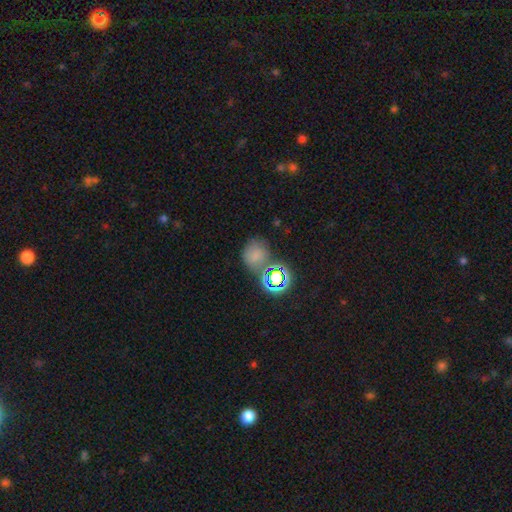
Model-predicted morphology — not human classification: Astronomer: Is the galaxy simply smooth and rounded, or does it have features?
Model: smooth — 64%.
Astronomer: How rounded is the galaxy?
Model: round — 72%.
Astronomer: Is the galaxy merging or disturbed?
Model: none — 57%.